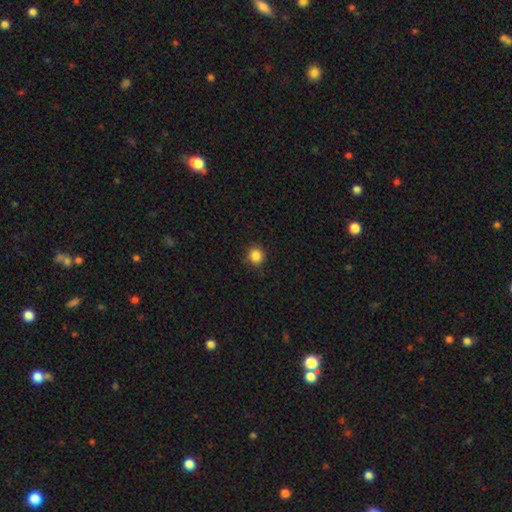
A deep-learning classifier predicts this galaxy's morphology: Smooth or featured? Predicted: smooth (p=0.86). How rounded? Predicted: round (p=0.89). Merging? Predicted: none (p=0.89).